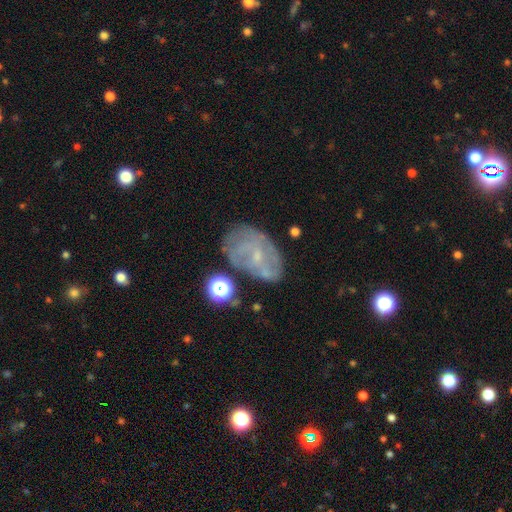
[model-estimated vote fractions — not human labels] Morphology: type=featured or disk (68%); edge-on=no (96%); bar=no (52%); spiral arms=yes (71%); bulge=small (76%); merging=none (62%).